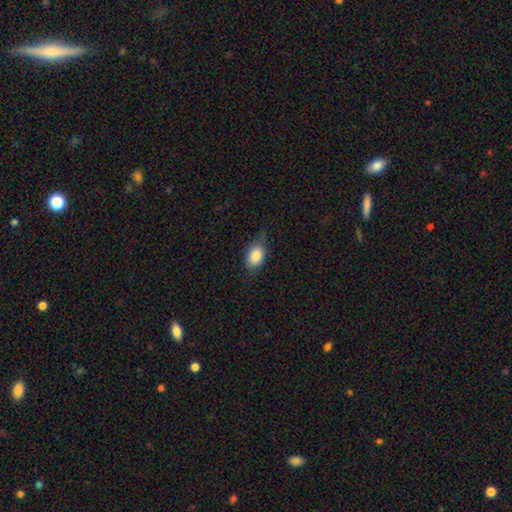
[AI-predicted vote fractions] Smooth or featured? Predicted: smooth (p=0.86). How rounded? Predicted: in between (p=0.86). Merging? Predicted: none (p=0.65).